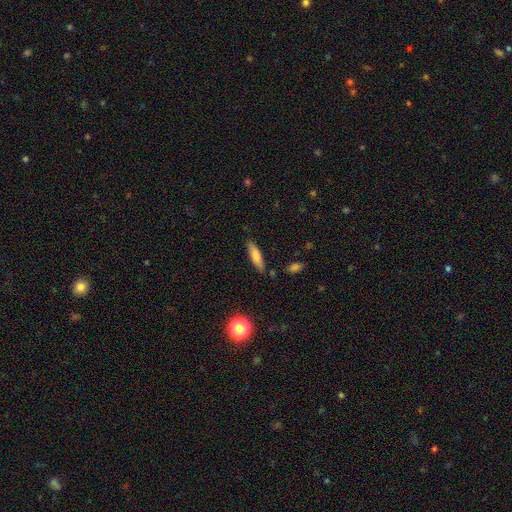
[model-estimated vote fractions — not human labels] smooth 76%, featured or disk 16%, star or artifact 8%. Down the decision tree: how rounded — cigar-shaped (71%); merging — none (83%).